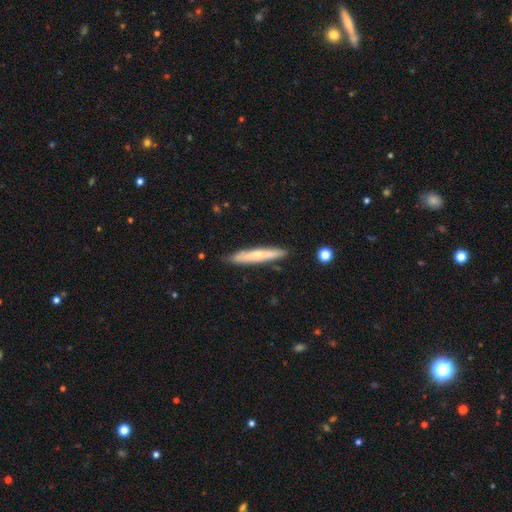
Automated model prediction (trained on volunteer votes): Morphology: type=smooth (50%); merging=none (87%).